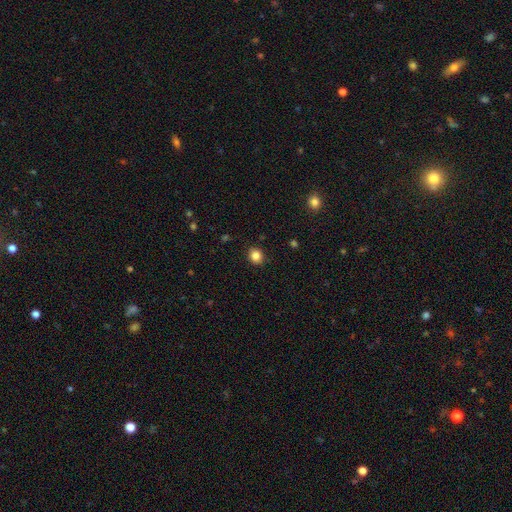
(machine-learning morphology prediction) A smooth galaxy with no disk features (85%) that is round (76%).

Vote fractions:
- Smooth or featured? smooth: 85% / star or artifact: 11% / featured or disk: 4%
- How rounded? round: 76% / in between: 23% / cigar-shaped: 1%
- Merging? none: 89% / minor disturbance: 8% / major disturbance: 2% / merger: 1%